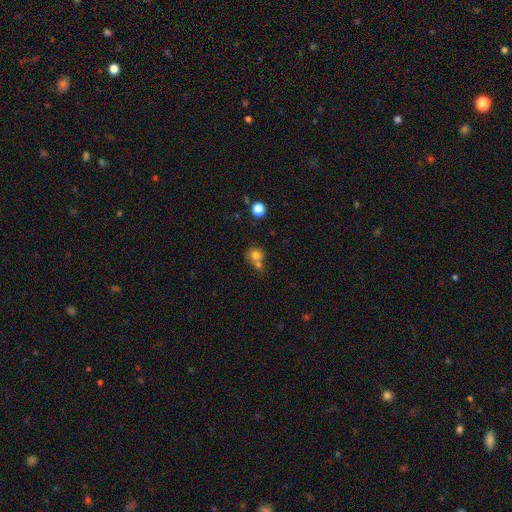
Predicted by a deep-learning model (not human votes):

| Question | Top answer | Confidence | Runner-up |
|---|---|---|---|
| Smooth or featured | smooth | 74% | star or artifact (13%) |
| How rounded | round | 85% | in between (14%) |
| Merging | none | 45% | merger (43%) |